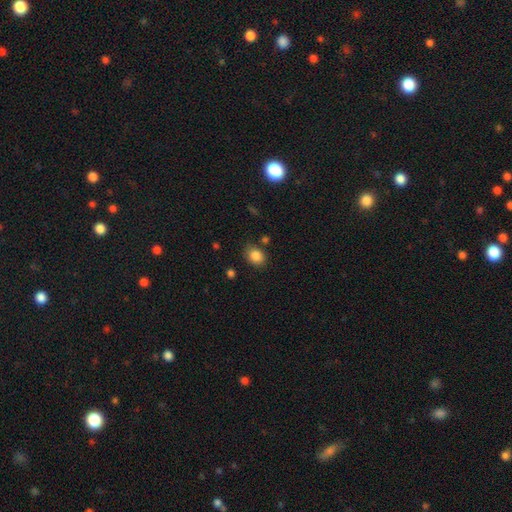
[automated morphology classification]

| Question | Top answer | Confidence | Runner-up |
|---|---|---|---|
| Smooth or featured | smooth | 85% | star or artifact (10%) |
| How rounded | in between | 53% | round (46%) |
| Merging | none | 78% | minor disturbance (14%) |